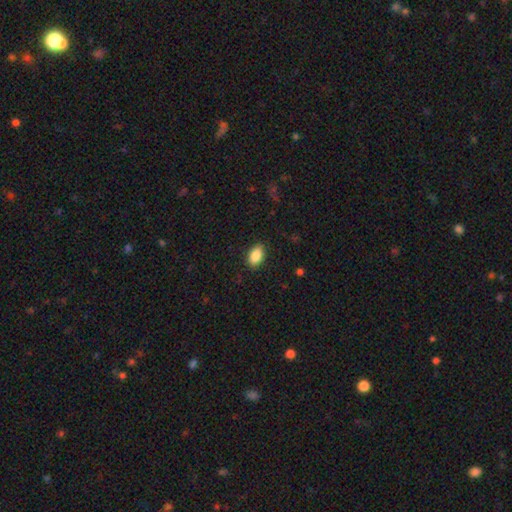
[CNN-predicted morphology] Smooth or featured: smooth — 87% (star or artifact — 7%)
How rounded: in between — 91% (round — 7%)
Merging: none — 87% (minor disturbance — 10%)